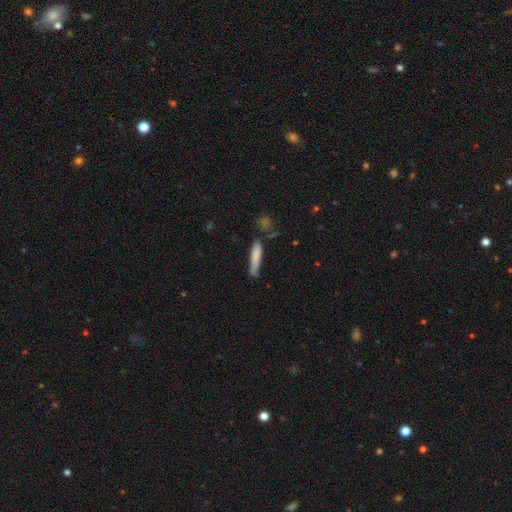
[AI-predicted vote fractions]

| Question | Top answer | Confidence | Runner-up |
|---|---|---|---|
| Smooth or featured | smooth | 79% | featured or disk (15%) |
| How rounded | cigar-shaped | 85% | in between (13%) |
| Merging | none | 58% | minor disturbance (26%) |